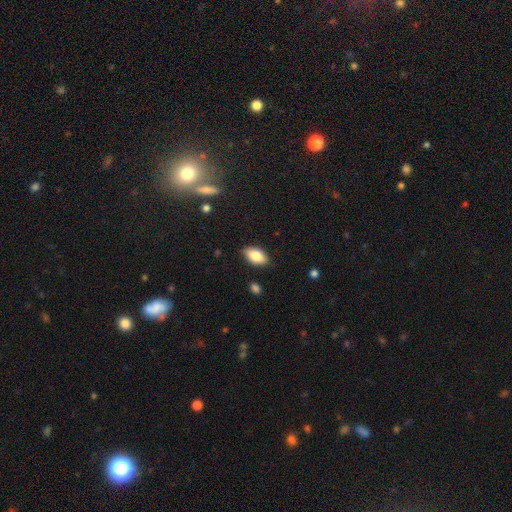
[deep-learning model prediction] Smooth or featured: smooth — 82% (featured or disk — 11%)
How rounded: in between — 92% (round — 4%)
Merging: none — 86% (minor disturbance — 11%)